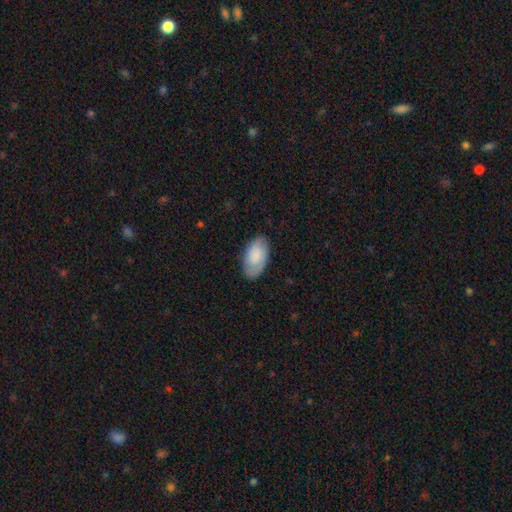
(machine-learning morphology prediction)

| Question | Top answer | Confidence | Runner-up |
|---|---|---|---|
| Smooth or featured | smooth | 64% | featured or disk (30%) |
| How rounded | in between | 95% | round (3%) |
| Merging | none | 82% | minor disturbance (14%) |